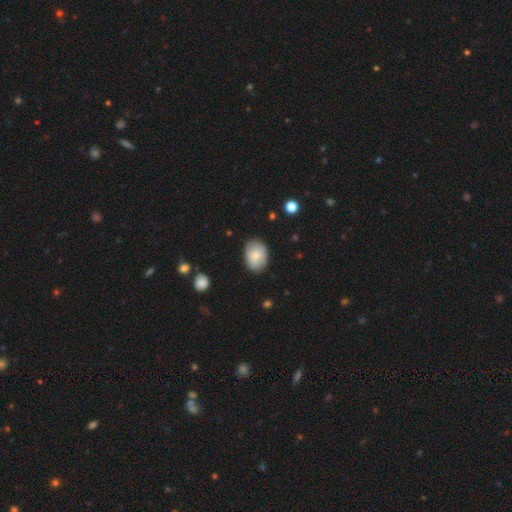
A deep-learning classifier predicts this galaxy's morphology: This is likely a smooth galaxy (76%). How rounded: likely in between (74%). Merging: likely none (79%).